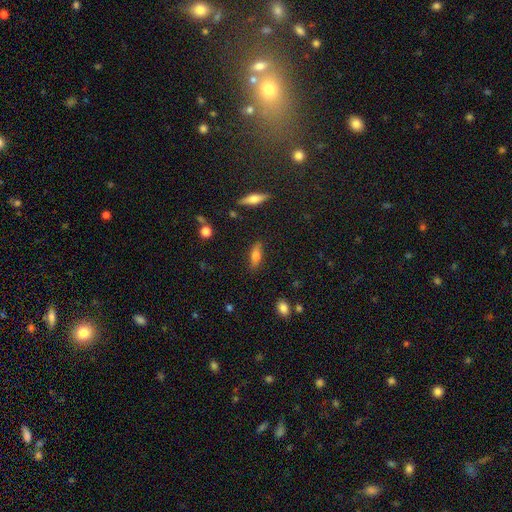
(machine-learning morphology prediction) Smooth or featured: smooth — 69% (featured or disk — 22%)
How rounded: in between — 58% (cigar-shaped — 38%)
Merging: none — 76% (minor disturbance — 17%)